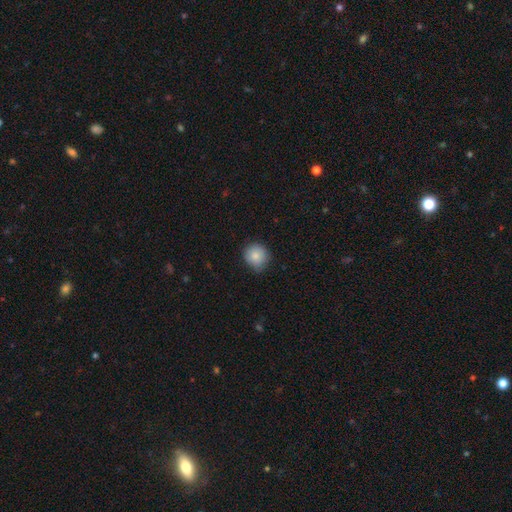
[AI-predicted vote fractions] smooth 85%, star or artifact 8%, featured or disk 7%. Down the decision tree: how rounded — round (87%); merging — none (76%).